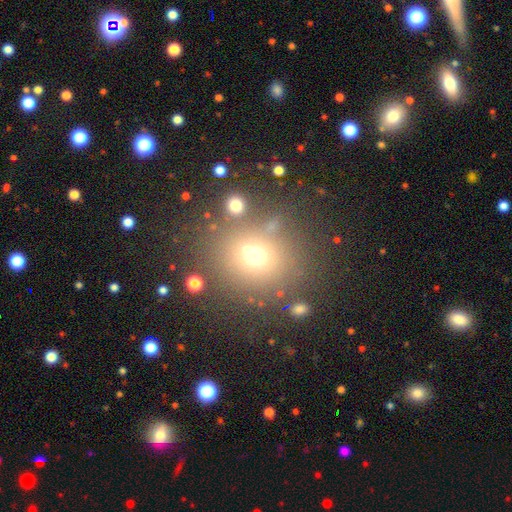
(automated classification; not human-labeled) smooth 62%, star or artifact 24%, featured or disk 13%. Down the decision tree: how rounded — round (82%); merging — none (72%).